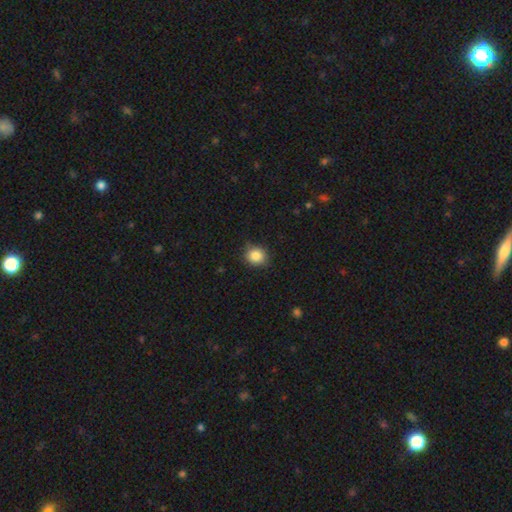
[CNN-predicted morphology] A smooth galaxy with no disk features (86%) that is round (77%).

Vote fractions:
- Smooth or featured? smooth: 86% / star or artifact: 9% / featured or disk: 5%
- How rounded? round: 77% / in between: 22% / cigar-shaped: 1%
- Merging? none: 84% / minor disturbance: 13% / major disturbance: 2% / merger: 1%